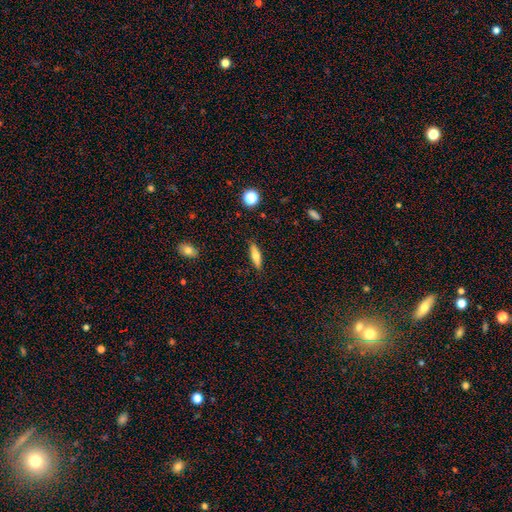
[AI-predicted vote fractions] This is likely a smooth galaxy (67%). How rounded: likely cigar-shaped (65%). Merging: clearly none (88%).